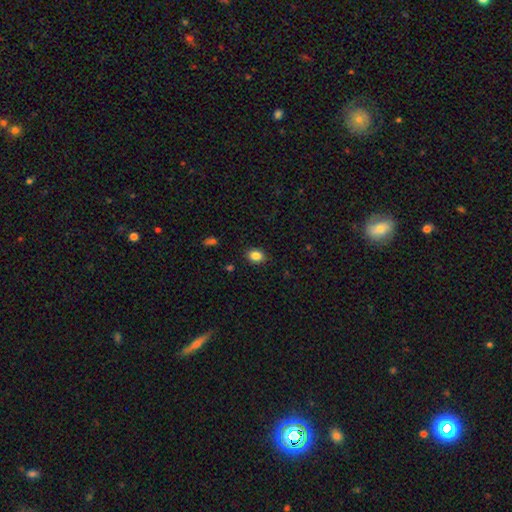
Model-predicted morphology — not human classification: Overall: smooth (86%). How rounded: in between (64%; round 35%). Merging: none (88%).